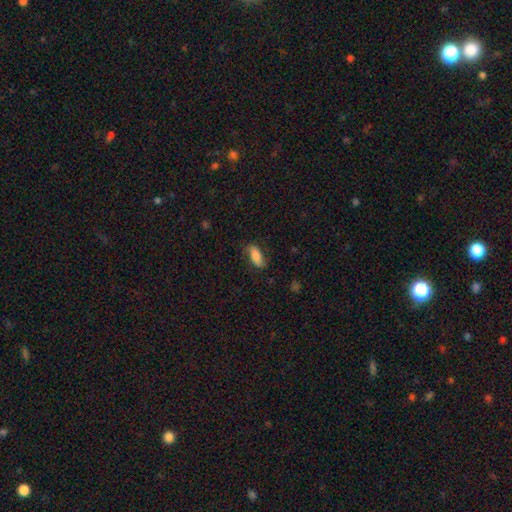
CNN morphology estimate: Smooth or featured?
  - smooth: 72% *
  - featured or disk: 20%
  - star or artifact: 7%
How rounded?
  - in between: 79% *
  - cigar-shaped: 18%
  - round: 3%
Merging?
  - none: 72% *
  - minor disturbance: 20%
  - major disturbance: 7%
  - merger: 1%